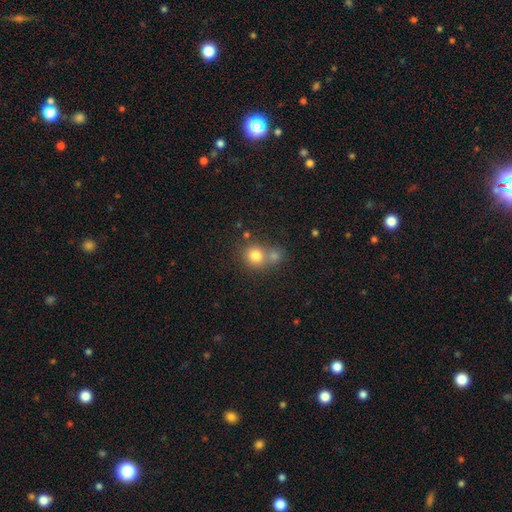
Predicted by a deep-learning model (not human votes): A smooth galaxy with no disk features (79%) that is round (83%). Merging: none (48%).